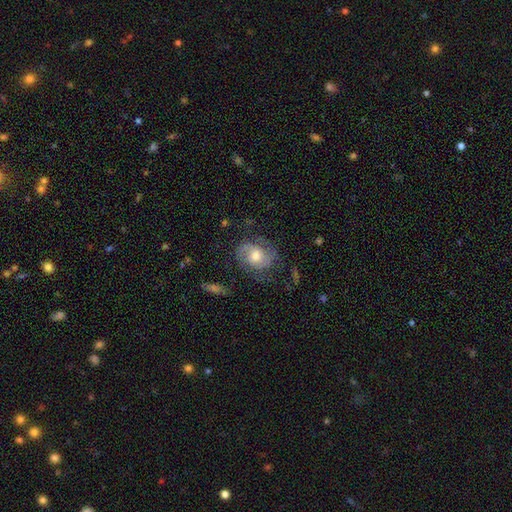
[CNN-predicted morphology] featured or disk 75%, smooth 18%, star or artifact 7%. Down the decision tree: edge-on disk — no (97%); bar — no (62%); spiral arms — yes (92%); spiral arm count — 2 (71%); spiral winding — medium (45%); bulge size — moderate (67%); merging — none (65%).